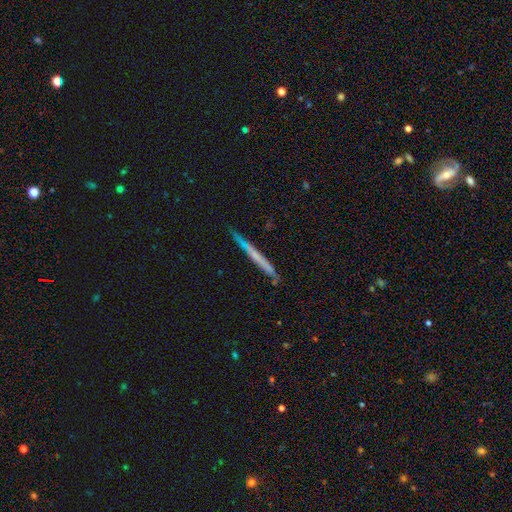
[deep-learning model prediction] smooth-or-featured: featured or disk: 51% | smooth: 42% | star or artifact: 7%
  disk-edge-on: yes: 96% | no: 4%
  merging: none: 86% | minor disturbance: 11% | major disturbance: 2% | merger: 1%